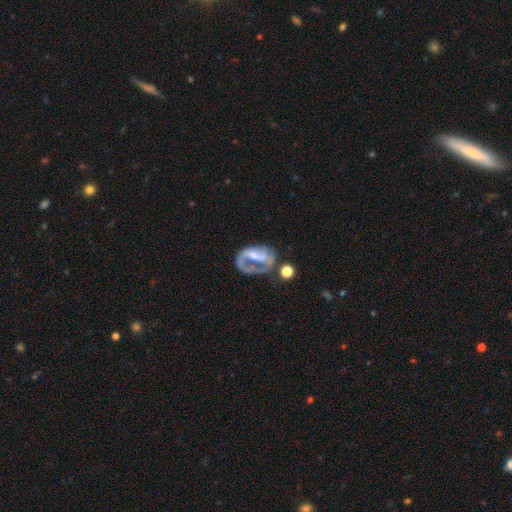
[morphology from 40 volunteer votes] Smooth or featured?
  - featured or disk: 62% *
  - smooth: 25%
  - star or artifact: 12%
Edge-on disk?
  - no: 100% *
  - yes: 0%
Bar?
  - no: 40% *
  - weak: 36%
  - strong: 24%
Spiral arms?
  - no: 56% *
  - yes: 44%
Bulge size?
  - small: 48% *
  - none: 28%
  - moderate: 20%
  - dominant: 4%
  - large: 0%
Merging?
  - major disturbance: 54% *
  - none: 29%
  - merger: 11%
  - minor disturbance: 6%